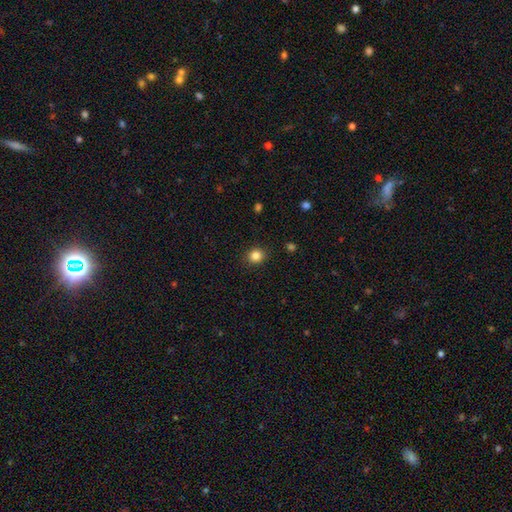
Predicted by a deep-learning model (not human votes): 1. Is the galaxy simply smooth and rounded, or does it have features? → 84% smooth, 11% star or artifact, 4% featured or disk.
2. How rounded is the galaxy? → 83% round, 16% in between, 1% cigar-shaped.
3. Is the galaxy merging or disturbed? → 90% none, 7% minor disturbance, 2% major disturbance, 1% merger.